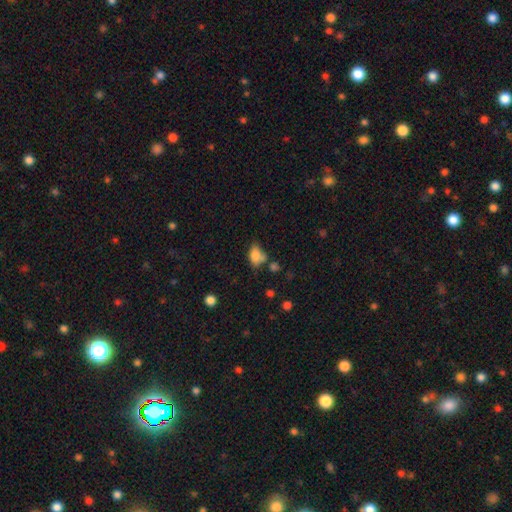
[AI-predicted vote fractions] Morphology: type=smooth (78%); roundness=in between (76%); merging=none (42%).